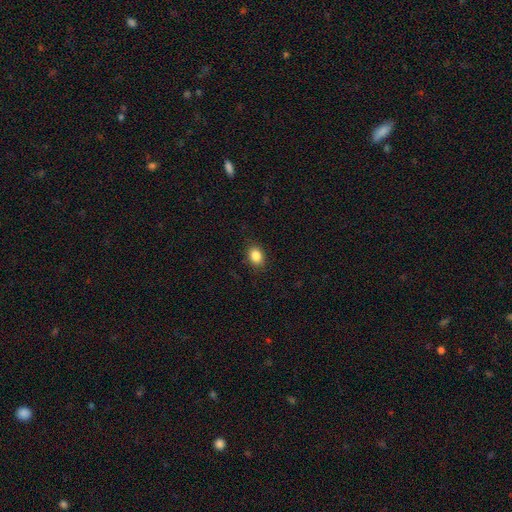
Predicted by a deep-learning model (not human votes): smooth 86%, star or artifact 9%, featured or disk 5%. Down the decision tree: how rounded — in between (70%); merging — none (86%).